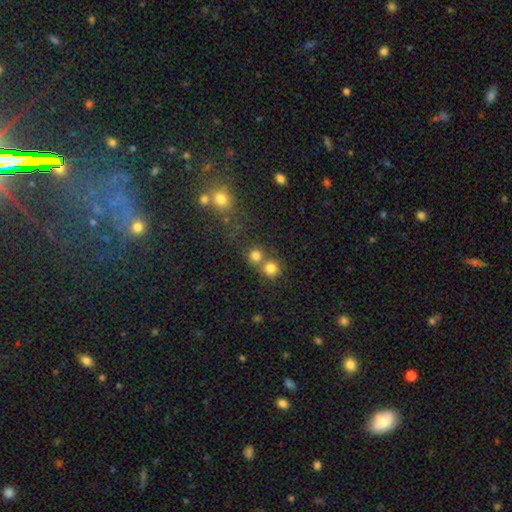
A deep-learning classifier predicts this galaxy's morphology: A smooth galaxy with no disk features (78%) that is round (89%).

Vote fractions:
- Smooth or featured? smooth: 78% / star or artifact: 14% / featured or disk: 7%
- How rounded? round: 89% / in between: 10% / cigar-shaped: 1%
- Merging? none: 54% / merger: 37% / minor disturbance: 6% / major disturbance: 3%